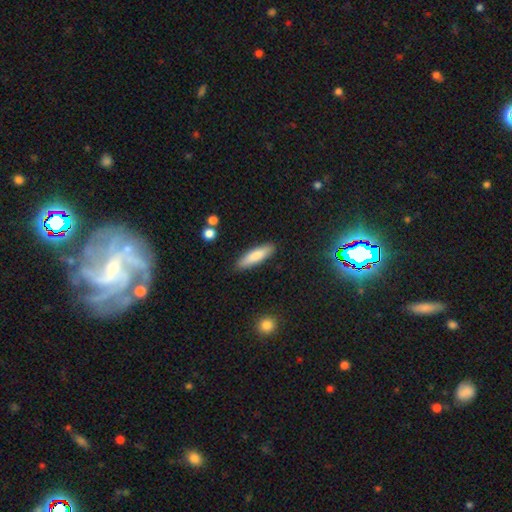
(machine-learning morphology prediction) type=smooth (79%); roundness=cigar-shaped (67%); merging=none (88%).